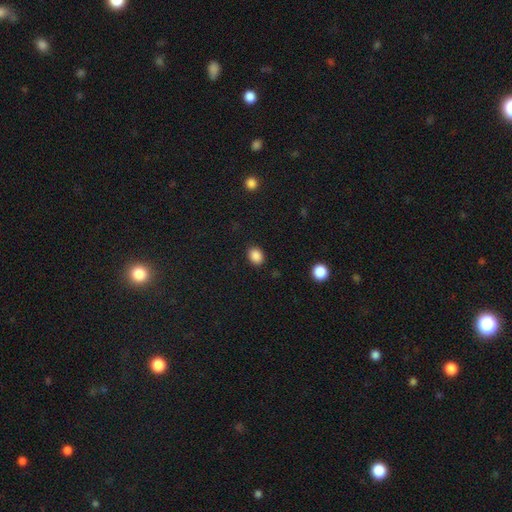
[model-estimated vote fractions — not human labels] Q: Smooth or featured?
A: smooth (88%); runner-up: star or artifact (9%)
Q: How rounded?
A: in between (55%); runner-up: round (44%)
Q: Merging?
A: none (88%); runner-up: minor disturbance (8%)